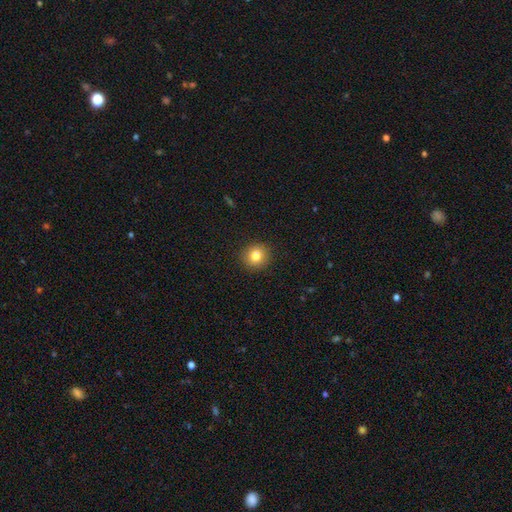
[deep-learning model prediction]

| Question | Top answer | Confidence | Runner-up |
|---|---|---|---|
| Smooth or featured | smooth | 81% | star or artifact (11%) |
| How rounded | round | 91% | in between (8%) |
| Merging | none | 92% | minor disturbance (6%) |